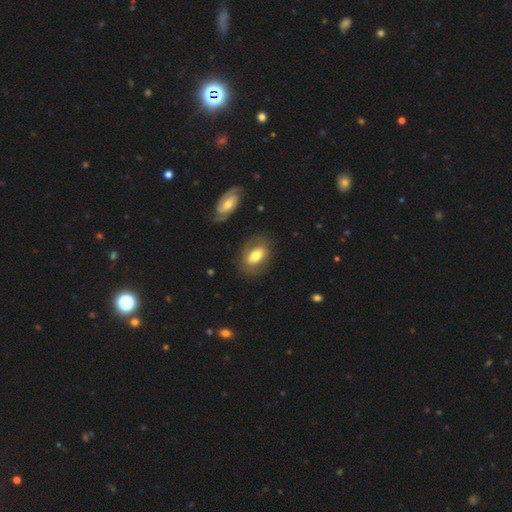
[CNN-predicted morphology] Overall: smooth (53%; featured or disk 40%). How rounded: in between (81%). Merging: none (76%).